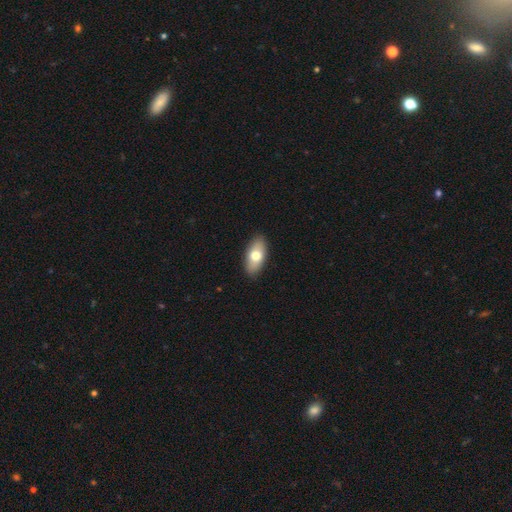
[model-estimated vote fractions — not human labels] A smooth galaxy with no disk features (71%) that is in between round and cigar-shaped (90%).

Vote fractions:
- Smooth or featured? smooth: 71% / featured or disk: 23% / star or artifact: 6%
- How rounded? in between: 90% / cigar-shaped: 6% / round: 4%
- Merging? none: 89% / minor disturbance: 8% / major disturbance: 2% / merger: 1%